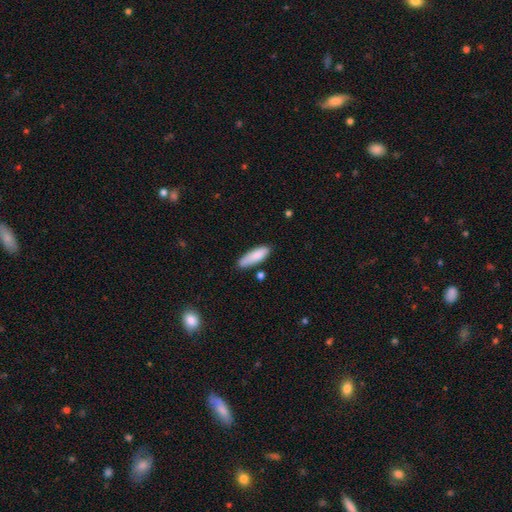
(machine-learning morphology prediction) Smooth or featured: smooth — 86% (featured or disk — 8%)
How rounded: in between — 50% (cigar-shaped — 48%)
Merging: none — 74% (minor disturbance — 18%)